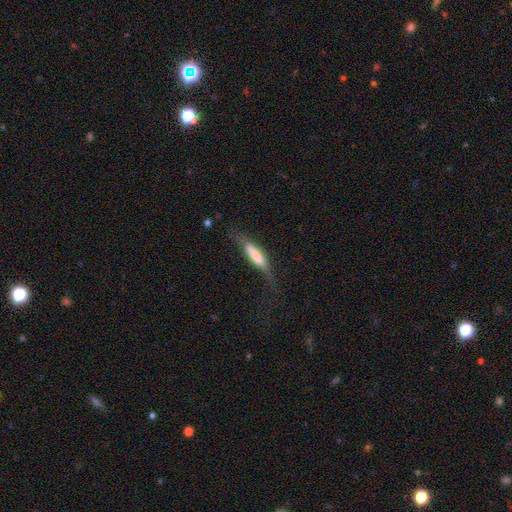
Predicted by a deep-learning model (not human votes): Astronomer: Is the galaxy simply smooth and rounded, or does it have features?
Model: smooth — 60%.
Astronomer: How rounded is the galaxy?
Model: cigar-shaped — 78%.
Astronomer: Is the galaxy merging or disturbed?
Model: none — 52% (runner-up: minor disturbance, 27%).